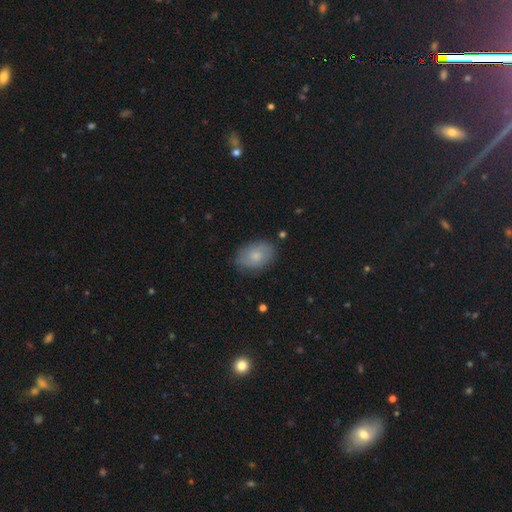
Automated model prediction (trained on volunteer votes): Overall: smooth (71%). How rounded: in between (84%). Merging: none (79%).